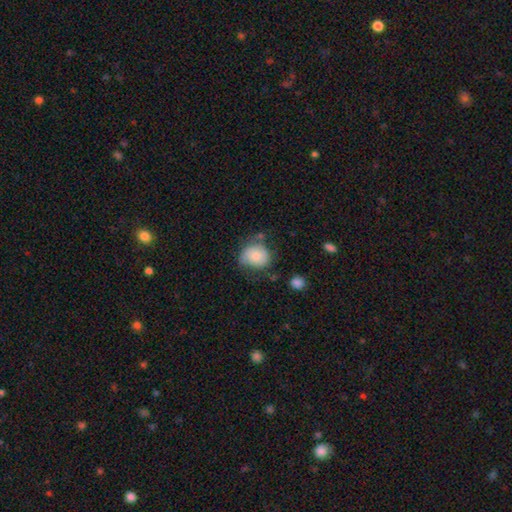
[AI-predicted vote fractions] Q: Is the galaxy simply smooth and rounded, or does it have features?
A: smooth — 69%.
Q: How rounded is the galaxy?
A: round — 65%.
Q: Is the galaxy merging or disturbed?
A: none — 48%.